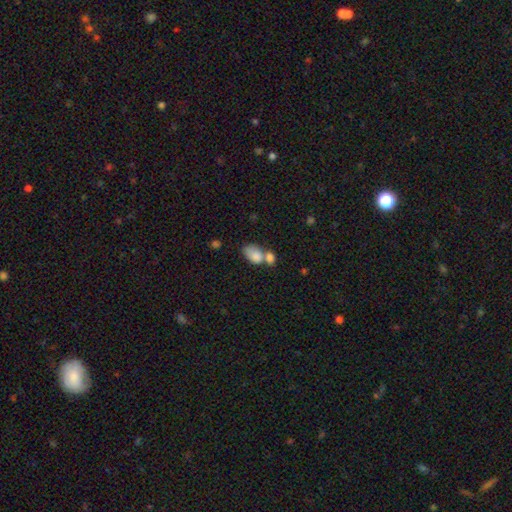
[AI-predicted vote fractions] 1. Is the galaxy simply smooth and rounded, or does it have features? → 82% smooth, 10% featured or disk, 8% star or artifact.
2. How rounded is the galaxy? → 87% in between, 11% round, 1% cigar-shaped.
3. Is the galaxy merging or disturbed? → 57% merger, 25% none, 12% minor disturbance, 7% major disturbance.